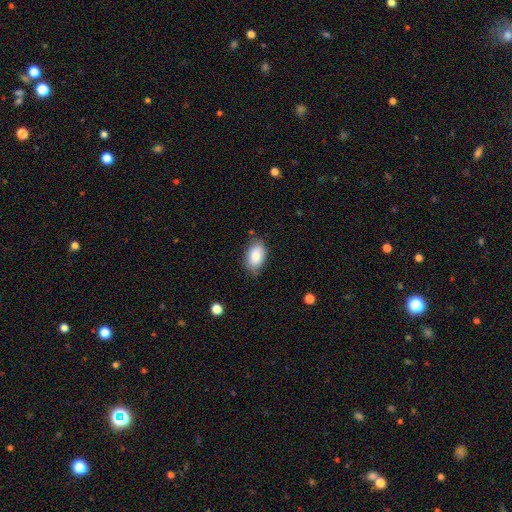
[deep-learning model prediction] Overall: smooth (85%). How rounded: in between (92%). Merging: none (79%).